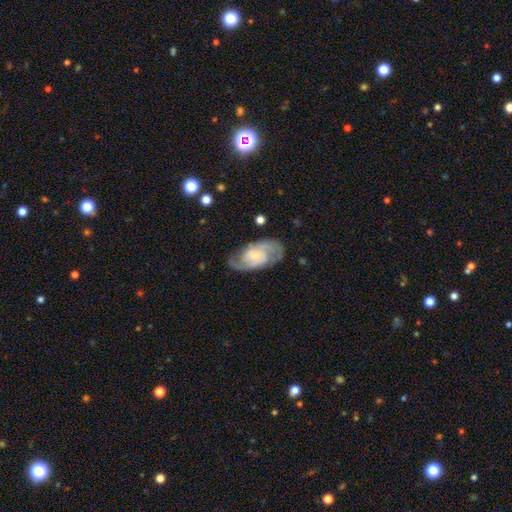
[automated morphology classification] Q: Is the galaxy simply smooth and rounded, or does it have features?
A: featured or disk — 81%.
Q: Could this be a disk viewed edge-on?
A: no — 96%.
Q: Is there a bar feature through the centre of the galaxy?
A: no — 55%.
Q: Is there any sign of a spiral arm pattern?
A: yes — 95%.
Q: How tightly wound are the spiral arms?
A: medium — 48%.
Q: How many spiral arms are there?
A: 2 — 80%.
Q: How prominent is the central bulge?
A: small — 65%.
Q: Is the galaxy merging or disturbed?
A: none — 75%.